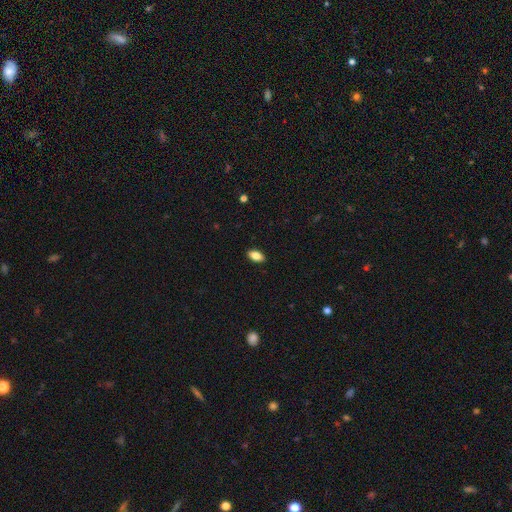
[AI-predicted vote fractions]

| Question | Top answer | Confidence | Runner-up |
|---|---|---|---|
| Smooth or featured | smooth | 85% | featured or disk (8%) |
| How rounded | in between | 91% | cigar-shaped (5%) |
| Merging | none | 89% | minor disturbance (8%) |